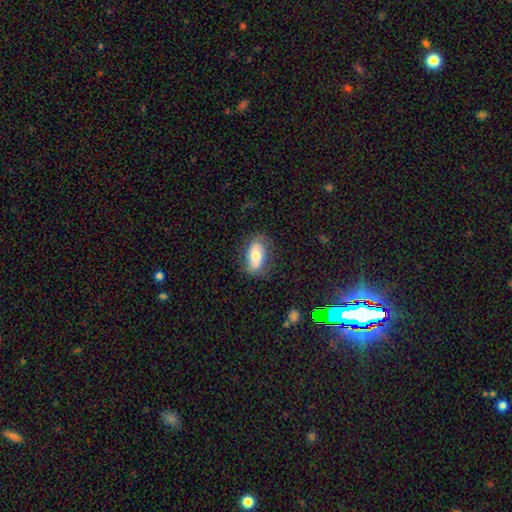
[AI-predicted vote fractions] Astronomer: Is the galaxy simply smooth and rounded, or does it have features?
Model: smooth — 65%.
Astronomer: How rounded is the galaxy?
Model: in between — 89%.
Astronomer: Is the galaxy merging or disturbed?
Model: none — 76%.